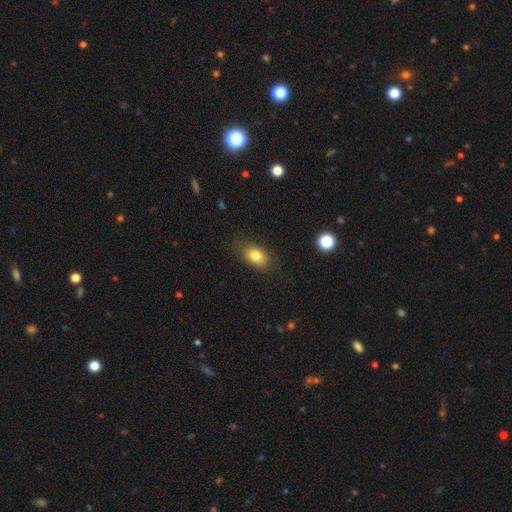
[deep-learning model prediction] Morphology: type=smooth (80%); roundness=in between (84%); merging=none (82%).